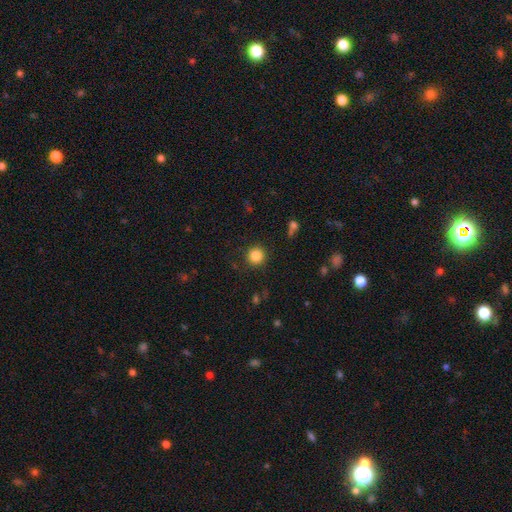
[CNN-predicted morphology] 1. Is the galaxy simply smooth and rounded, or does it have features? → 85% smooth, 11% star or artifact, 4% featured or disk.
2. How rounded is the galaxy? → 95% round, 4% in between, 1% cigar-shaped.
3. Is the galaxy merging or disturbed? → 89% none, 7% minor disturbance, 3% major disturbance, 1% merger.